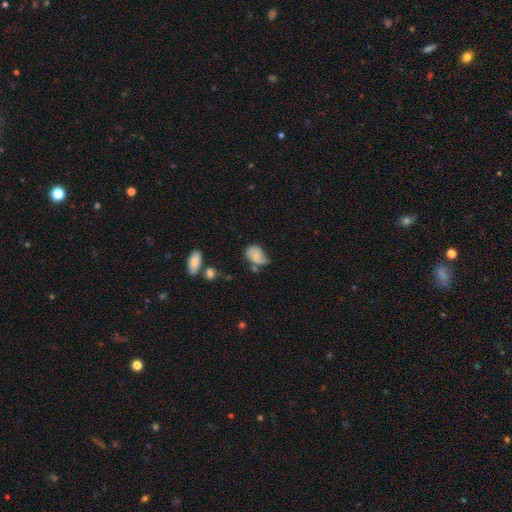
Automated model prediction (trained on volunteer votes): A smooth galaxy with no disk features (47%).

Vote fractions:
- Smooth or featured? smooth: 47% / featured or disk: 44% / star or artifact: 8%
- Merging? minor disturbance: 37% / none: 34% / major disturbance: 21% / merger: 8%